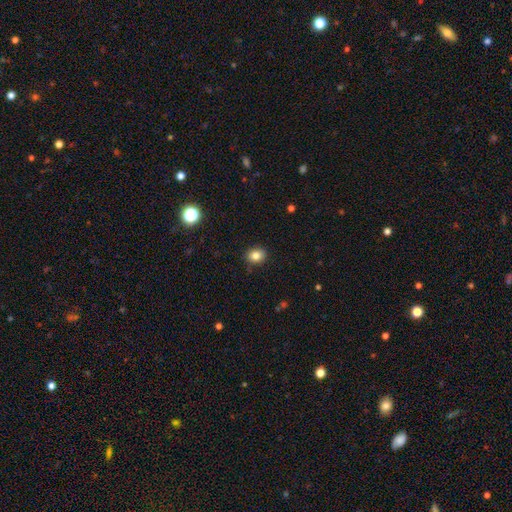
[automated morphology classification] Q: Smooth or featured?
A: smooth (83%); runner-up: star or artifact (11%)
Q: How rounded?
A: round (59%); runner-up: in between (40%)
Q: Merging?
A: none (88%); runner-up: minor disturbance (9%)